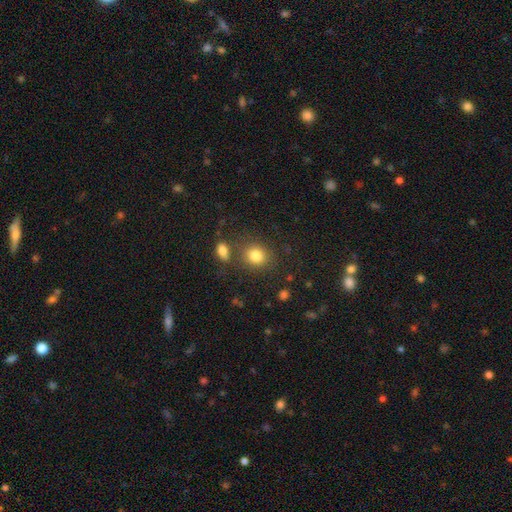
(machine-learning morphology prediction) Smooth or featured? Predicted: smooth (p=0.82). How rounded? Predicted: round (p=0.70). Merging? Predicted: none (p=0.74).